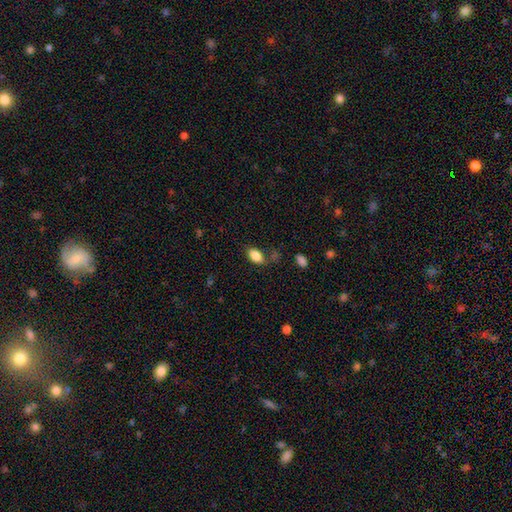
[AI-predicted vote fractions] Smooth or featured?
  - smooth: 86% *
  - star or artifact: 8%
  - featured or disk: 6%
How rounded?
  - in between: 91% *
  - round: 6%
  - cigar-shaped: 2%
Merging?
  - none: 69% *
  - minor disturbance: 19%
  - merger: 6%
  - major disturbance: 6%